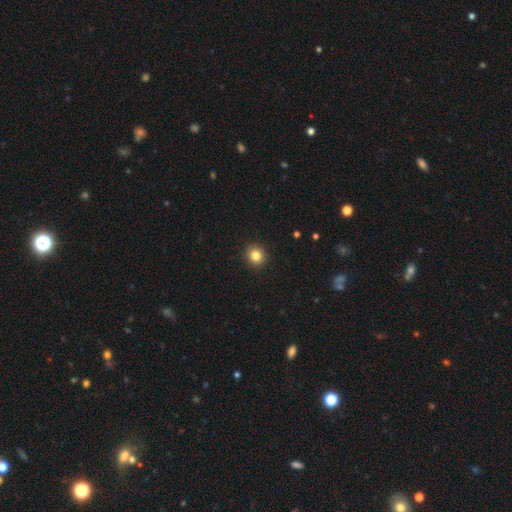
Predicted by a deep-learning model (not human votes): Smooth or featured: smooth — 84% (star or artifact — 11%)
How rounded: round — 84% (in between — 15%)
Merging: none — 92% (minor disturbance — 6%)